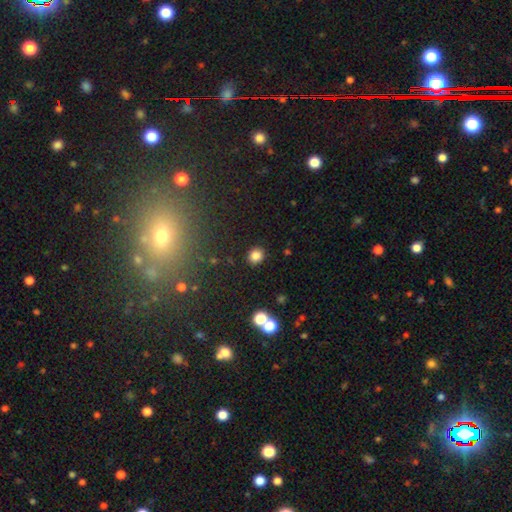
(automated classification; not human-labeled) smooth_or_featured: smooth (p=0.82) [alt: star or artifact p=0.13]
how_rounded: round (p=0.83) [alt: in between p=0.16]
merging: none (p=0.89) [alt: minor disturbance p=0.07]